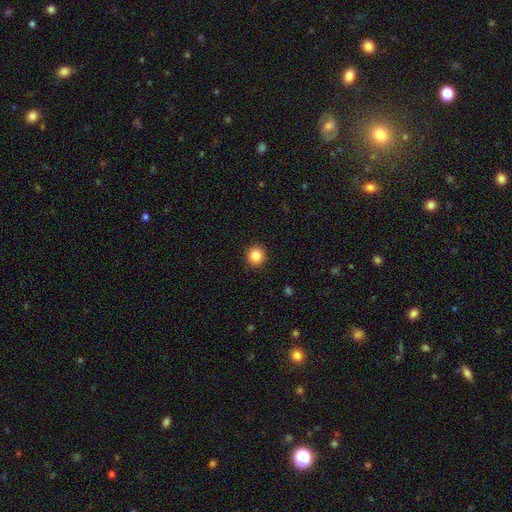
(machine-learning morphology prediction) Q: Smooth or featured?
A: smooth (86%); runner-up: star or artifact (10%)
Q: How rounded?
A: round (92%); runner-up: in between (7%)
Q: Merging?
A: none (92%); runner-up: minor disturbance (5%)